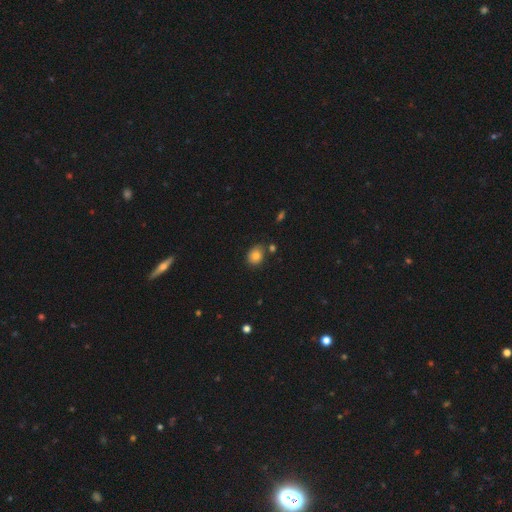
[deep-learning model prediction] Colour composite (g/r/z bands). It shows a smooth galaxy with no disk features (81%) that is round (53%). Merging: none (73%).